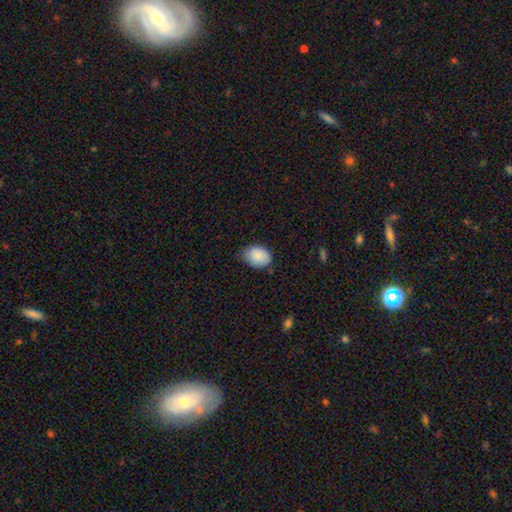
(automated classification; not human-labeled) A smooth galaxy with no disk features (88%) that is in between round and cigar-shaped (81%).

Vote fractions:
- Smooth or featured? smooth: 88% / star or artifact: 7% / featured or disk: 5%
- How rounded? in between: 81% / round: 18% / cigar-shaped: 1%
- Merging? none: 66% / minor disturbance: 29% / major disturbance: 4% / merger: 1%